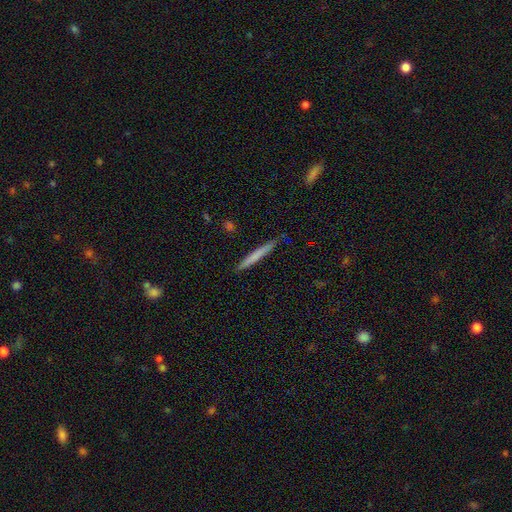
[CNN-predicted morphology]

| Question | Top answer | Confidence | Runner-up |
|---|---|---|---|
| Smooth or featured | smooth | 67% | featured or disk (27%) |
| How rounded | cigar-shaped | 97% | in between (2%) |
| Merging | none | 90% | minor disturbance (8%) |